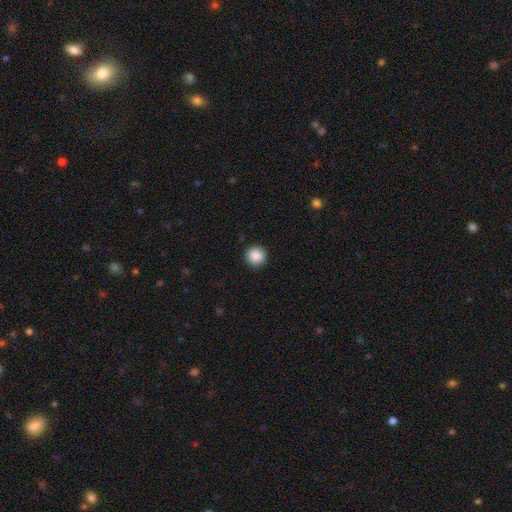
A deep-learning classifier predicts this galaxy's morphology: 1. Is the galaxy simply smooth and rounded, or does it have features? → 88% smooth, 9% star or artifact, 3% featured or disk.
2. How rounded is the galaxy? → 95% round, 4% in between, 1% cigar-shaped.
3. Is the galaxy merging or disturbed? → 92% none, 6% minor disturbance, 2% major disturbance, 1% merger.